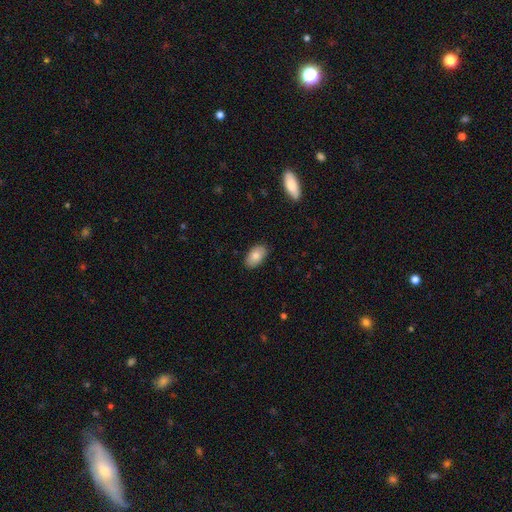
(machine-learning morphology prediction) The model was most divided on "smooth or featured": smooth: 82%, featured or disk: 12%, star or artifact: 7%. More confident: how rounded — in between (94%); merging — none (86%).